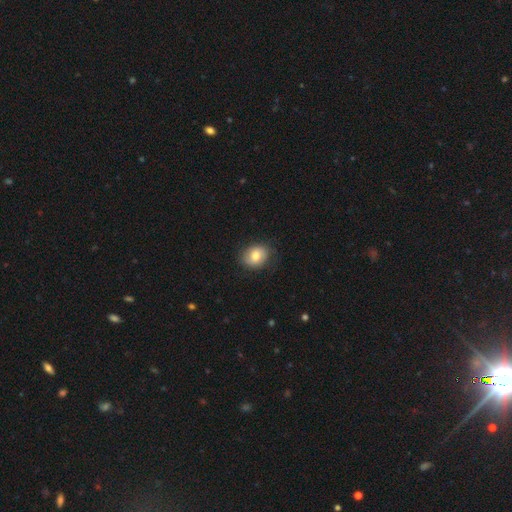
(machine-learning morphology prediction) A smooth galaxy with no disk features (76%) that is round (52%). Merging: none (79%).